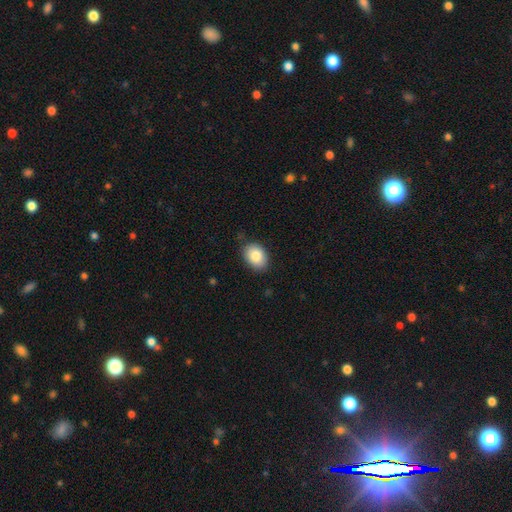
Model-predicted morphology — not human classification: Smooth or featured? smooth (84%)
How rounded? in between (75%)
Merging? none (82%)